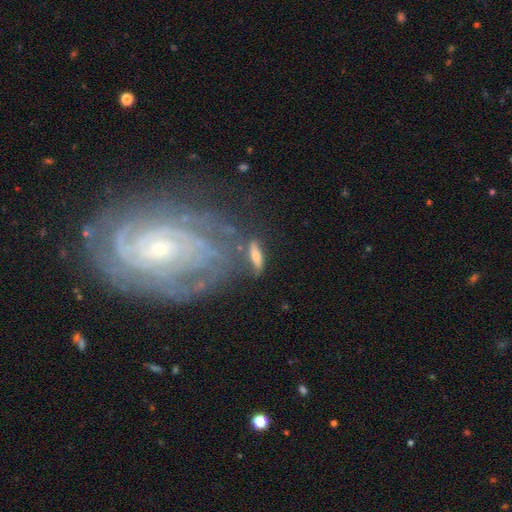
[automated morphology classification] smooth_or_featured: smooth (p=0.53) [alt: featured or disk p=0.38]
how_rounded: cigar-shaped (p=0.56) [alt: in between p=0.38]
merging: none (p=0.68) [alt: minor disturbance p=0.16]